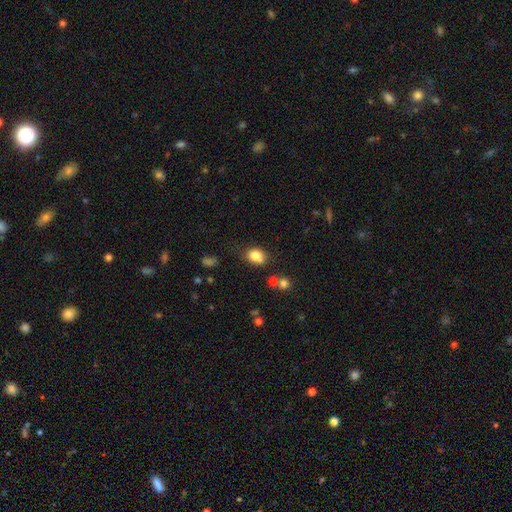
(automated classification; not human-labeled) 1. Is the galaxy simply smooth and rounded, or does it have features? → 81% smooth, 10% star or artifact, 9% featured or disk.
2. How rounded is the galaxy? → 50% in between, 49% round, 1% cigar-shaped.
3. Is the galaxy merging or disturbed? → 58% none, 22% minor disturbance, 13% merger, 6% major disturbance.